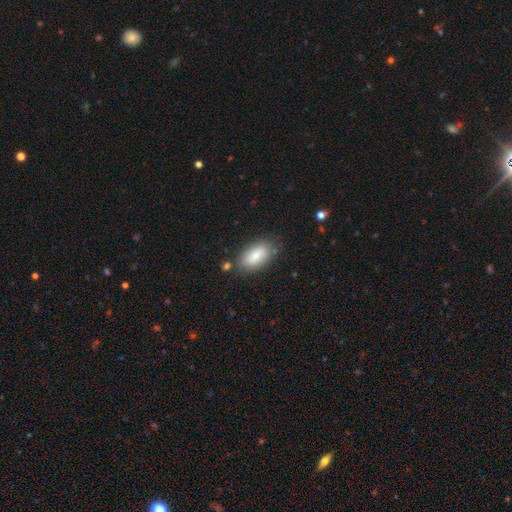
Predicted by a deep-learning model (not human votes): A smooth galaxy with no disk features (83%) that is in between round and cigar-shaped (92%). Merging: none (79%).